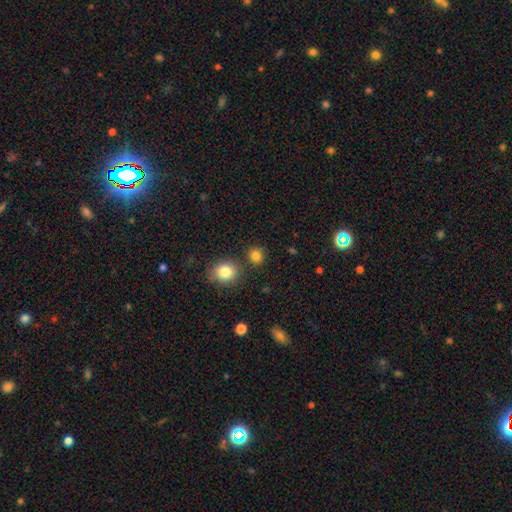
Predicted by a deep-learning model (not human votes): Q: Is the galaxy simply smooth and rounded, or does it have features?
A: smooth — 83%.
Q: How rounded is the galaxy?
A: round — 82%.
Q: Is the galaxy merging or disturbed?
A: none — 78%.